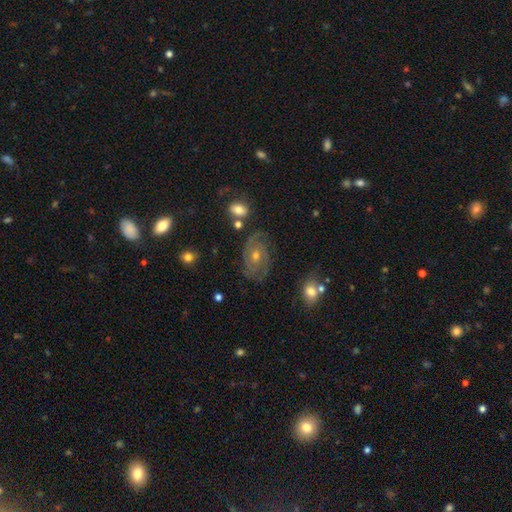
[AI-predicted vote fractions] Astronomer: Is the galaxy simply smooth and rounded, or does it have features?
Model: featured or disk — 73%.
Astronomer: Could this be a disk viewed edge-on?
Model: no — 96%.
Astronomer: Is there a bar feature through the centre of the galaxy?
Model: no — 71%.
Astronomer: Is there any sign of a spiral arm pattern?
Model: yes — 89%.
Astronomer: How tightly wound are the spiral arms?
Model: tight — 61%.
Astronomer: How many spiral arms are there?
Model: can't tell — 37% (runner-up: 2, 31%).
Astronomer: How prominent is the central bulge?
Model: moderate — 50% (runner-up: small, 46%).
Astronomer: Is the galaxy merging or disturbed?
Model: none — 74%.